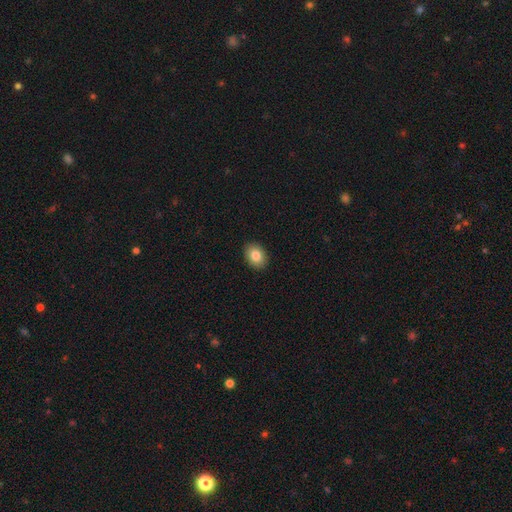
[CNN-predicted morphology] Overall: smooth (84%). How rounded: in between (67%; round 32%). Merging: none (91%).